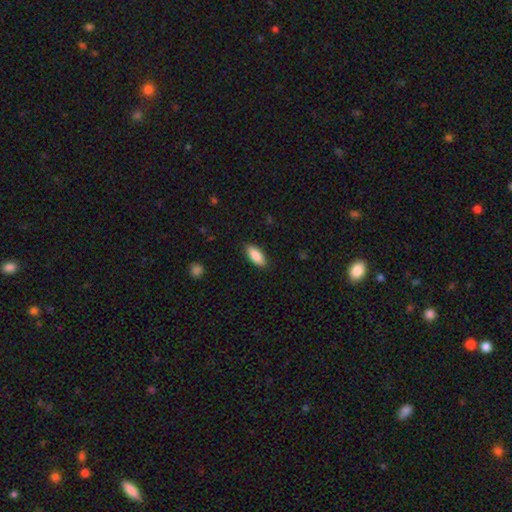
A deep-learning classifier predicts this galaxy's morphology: Smooth or featured?
  - smooth: 88% *
  - featured or disk: 6%
  - star or artifact: 6%
How rounded?
  - in between: 85% *
  - cigar-shaped: 13%
  - round: 2%
Merging?
  - none: 87% *
  - minor disturbance: 10%
  - major disturbance: 2%
  - merger: 1%